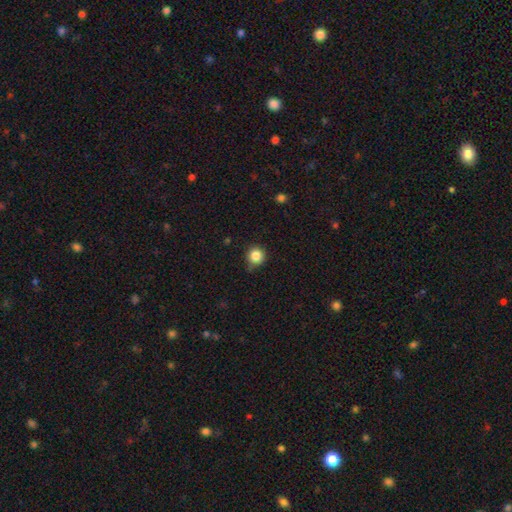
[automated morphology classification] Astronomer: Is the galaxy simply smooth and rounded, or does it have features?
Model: smooth — 84%.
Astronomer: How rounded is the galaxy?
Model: round — 93%.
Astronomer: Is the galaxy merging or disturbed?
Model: none — 76%.